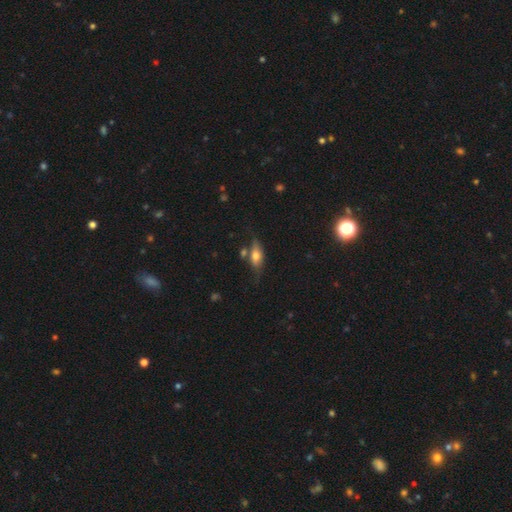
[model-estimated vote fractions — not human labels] smooth_or_featured: smooth (p=0.62) [alt: featured or disk p=0.30]
how_rounded: in between (p=0.74) [alt: cigar-shaped p=0.21]
merging: none (p=0.58) [alt: minor disturbance p=0.22]